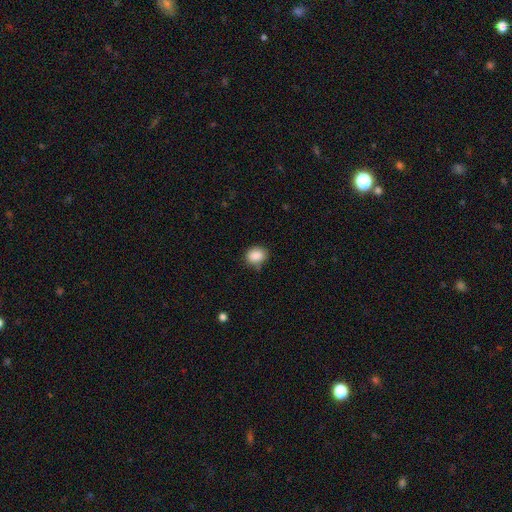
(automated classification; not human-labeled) smooth-or-featured: smooth: 88% | star or artifact: 9% | featured or disk: 4%
  how-rounded: in between: 53% | round: 46% | cigar-shaped: 1%
  merging: none: 75% | minor disturbance: 18% | major disturbance: 4% | merger: 3%